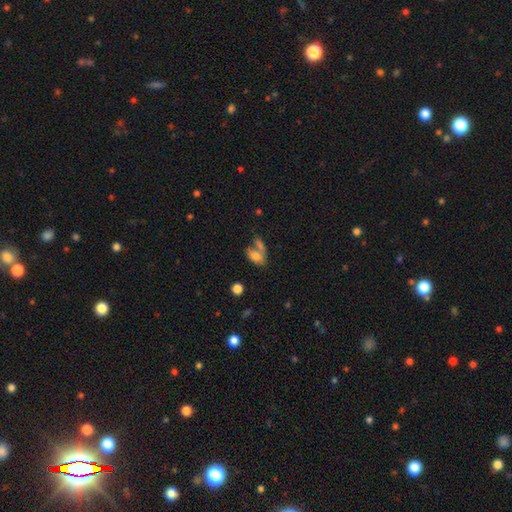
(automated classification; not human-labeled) Smooth or featured: smooth — 73% (featured or disk — 17%)
How rounded: in between — 85% (round — 10%)
Merging: merger — 48% (none — 32%)